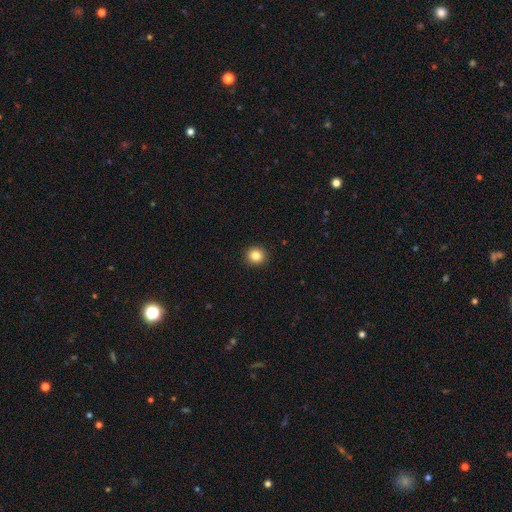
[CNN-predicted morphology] smooth_or_featured: smooth (p=0.84) [alt: star or artifact p=0.11]
how_rounded: round (p=0.91) [alt: in between p=0.08]
merging: none (p=0.93) [alt: minor disturbance p=0.05]